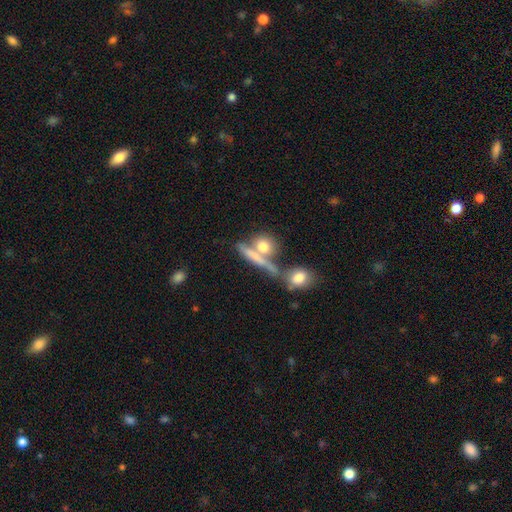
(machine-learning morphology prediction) A smooth galaxy with no disk features (49%). Merging: none (49%).